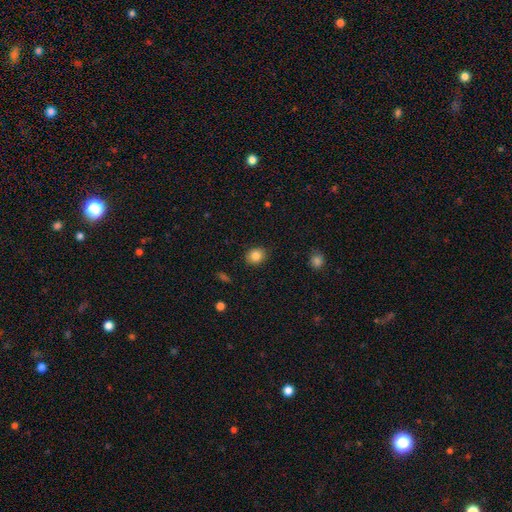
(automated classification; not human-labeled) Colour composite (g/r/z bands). It shows a smooth galaxy with no disk features (84%) that is round (60%). Merging: none (88%).